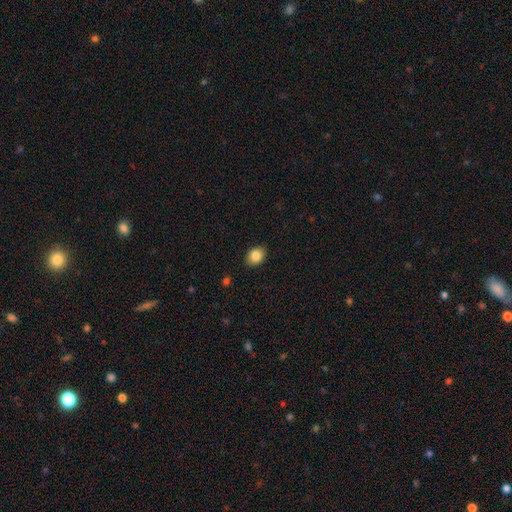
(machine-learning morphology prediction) type=smooth (85%); roundness=in between (63%); merging=none (88%).